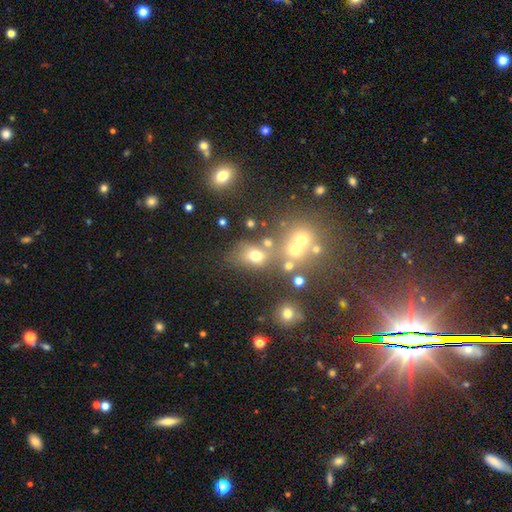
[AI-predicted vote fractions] Overall: smooth (63%). How rounded: in between (53%; round 45%). Merging: none (51%; merger 27%).